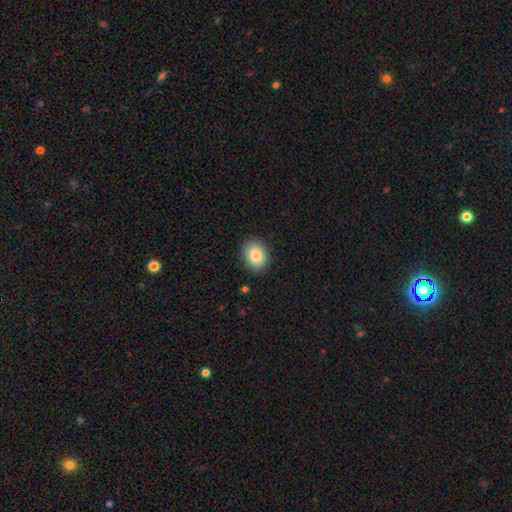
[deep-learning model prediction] smooth-or-featured: smooth: 85% | star or artifact: 8% | featured or disk: 7%
  how-rounded: in between: 54% | round: 45% | cigar-shaped: 1%
  merging: none: 88% | minor disturbance: 9% | major disturbance: 2% | merger: 1%